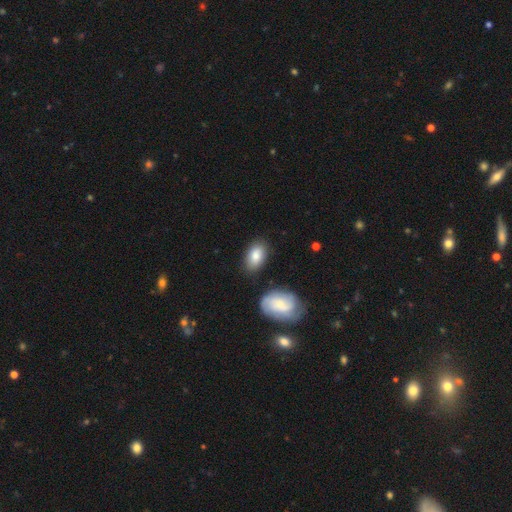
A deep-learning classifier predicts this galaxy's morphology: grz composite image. It shows a smooth galaxy with no disk features (82%) that is in between round and cigar-shaped (91%). Merging: none (78%).